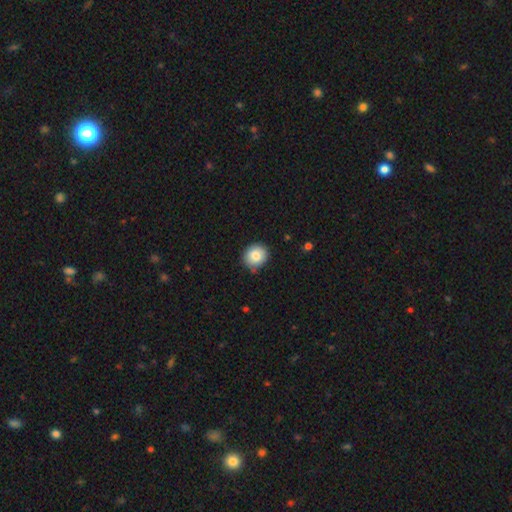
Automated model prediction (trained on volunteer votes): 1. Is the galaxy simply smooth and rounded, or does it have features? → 82% smooth, 10% featured or disk, 9% star or artifact.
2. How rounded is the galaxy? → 81% round, 18% in between, 1% cigar-shaped.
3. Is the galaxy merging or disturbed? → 84% none, 12% minor disturbance, 2% major disturbance, 2% merger.